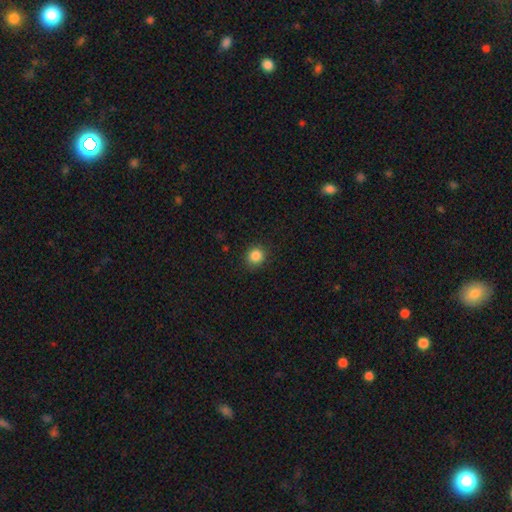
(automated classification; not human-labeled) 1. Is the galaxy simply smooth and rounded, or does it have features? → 86% smooth, 11% star or artifact, 3% featured or disk.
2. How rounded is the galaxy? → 90% round, 10% in between, 1% cigar-shaped.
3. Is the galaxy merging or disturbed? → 89% none, 8% minor disturbance, 2% major disturbance, 1% merger.